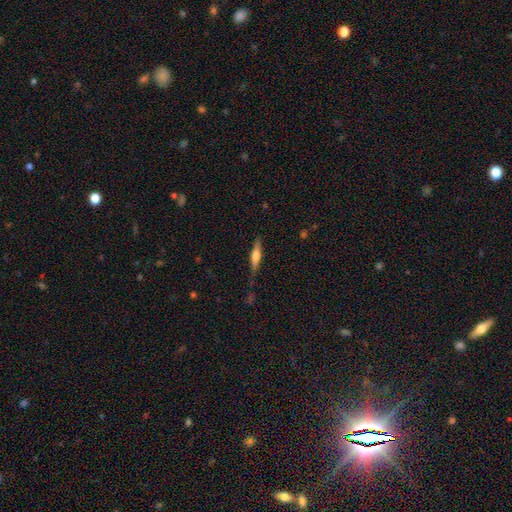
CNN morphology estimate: Smooth or featured? Predicted: smooth (p=0.50). How rounded? Predicted: cigar-shaped (p=0.81). Merging? Predicted: none (p=0.76).